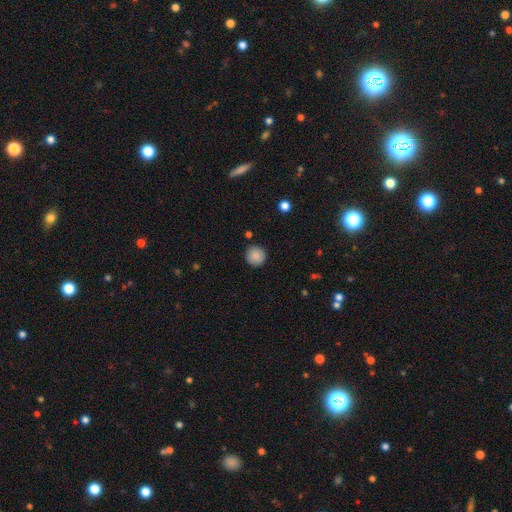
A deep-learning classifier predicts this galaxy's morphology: The model was most divided on "smooth or featured": smooth: 88%, star or artifact: 9%, featured or disk: 3%. More confident: how rounded — round (95%); merging — none (89%).